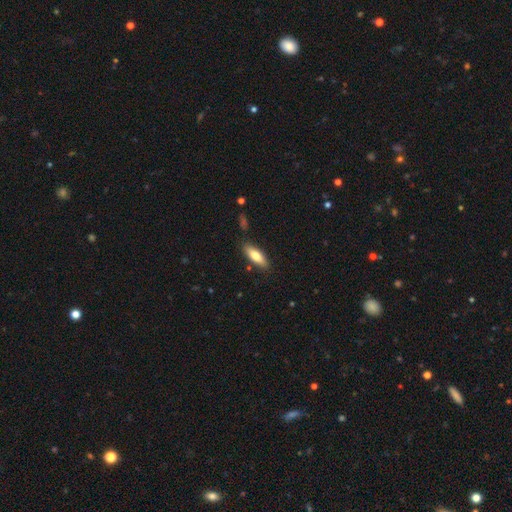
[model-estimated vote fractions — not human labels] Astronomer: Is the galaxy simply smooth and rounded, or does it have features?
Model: smooth — 74%.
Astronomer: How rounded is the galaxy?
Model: in between — 58% (runner-up: cigar-shaped, 40%).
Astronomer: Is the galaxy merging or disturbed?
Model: none — 84%.